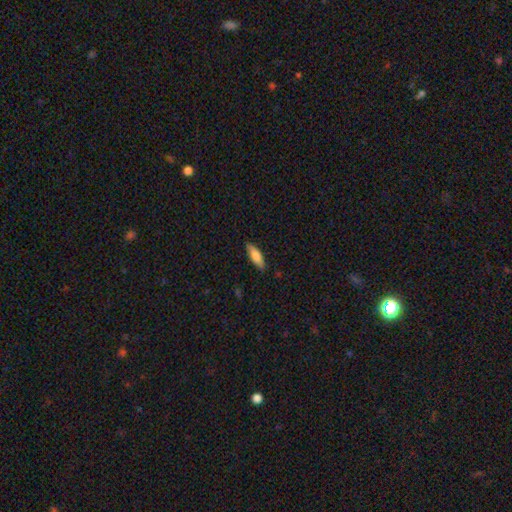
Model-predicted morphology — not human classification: This is likely a smooth galaxy (71%). How rounded: possibly cigar-shaped (51%). Merging: clearly none (86%).